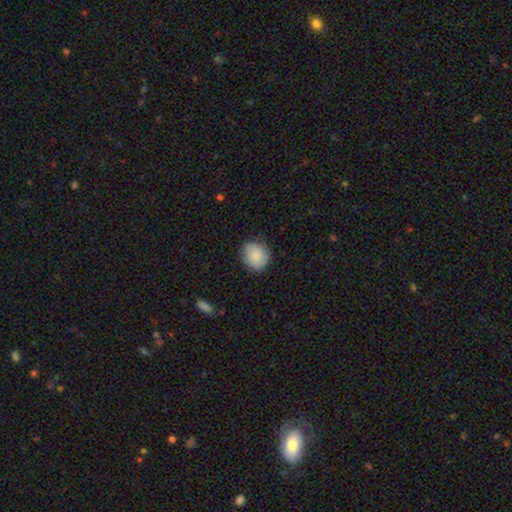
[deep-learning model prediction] smooth-or-featured: smooth: 84% | featured or disk: 9% | star or artifact: 7%
  how-rounded: round: 75% | in between: 24% | cigar-shaped: 1%
  merging: none: 77% | minor disturbance: 18% | major disturbance: 4% | merger: 1%